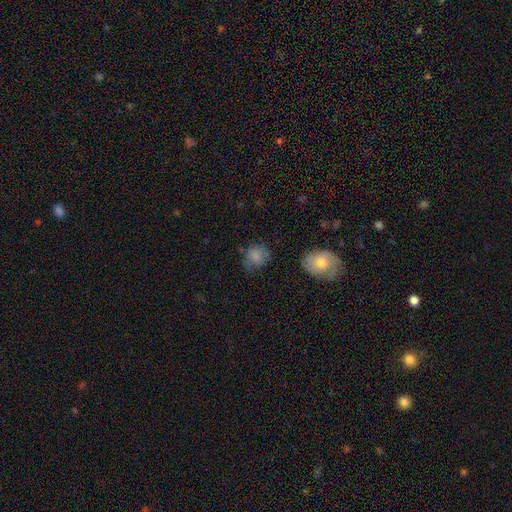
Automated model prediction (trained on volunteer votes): smooth_or_featured: smooth (p=0.74) [alt: featured or disk p=0.15]
how_rounded: round (p=0.61) [alt: in between p=0.37]
merging: none (p=0.52) [alt: minor disturbance p=0.29]